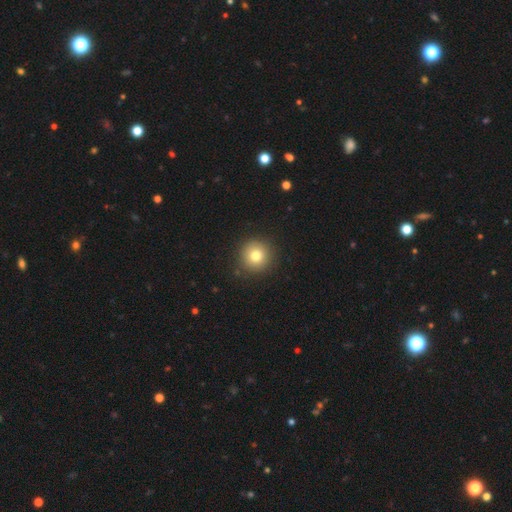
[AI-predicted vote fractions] Smooth or featured? smooth (79%)
How rounded? round (94%)
Merging? none (90%)